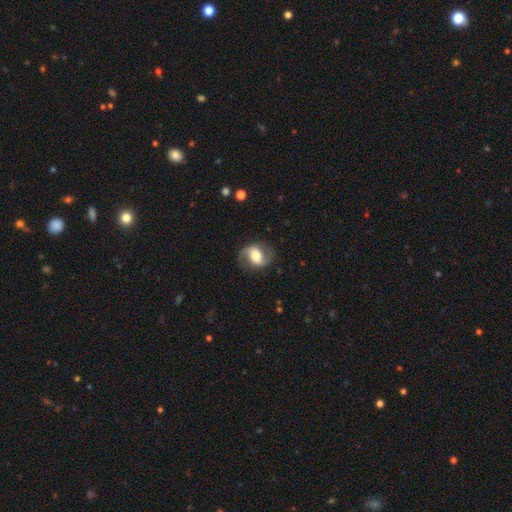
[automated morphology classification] The model was most divided on "bar": weak: 38%, no: 36%, strong: 26%. More confident: edge-on disk — no (95%); spiral arms — yes (80%); merging — none (77%); smooth or featured — featured or disk (55%); bulge size — moderate (54%).